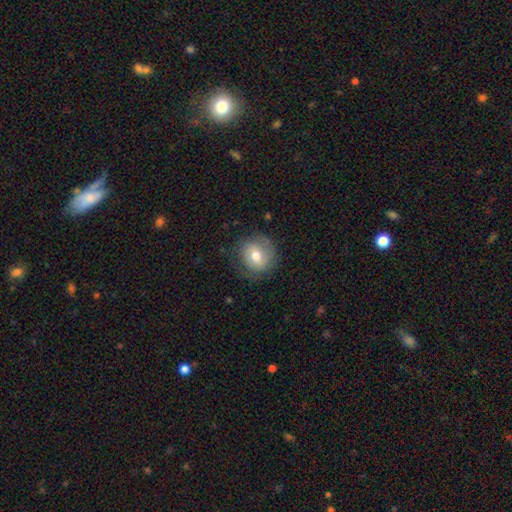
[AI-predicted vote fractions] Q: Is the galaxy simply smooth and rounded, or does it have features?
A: smooth — 62%.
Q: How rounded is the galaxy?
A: round — 83%.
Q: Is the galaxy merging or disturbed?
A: none — 74%.